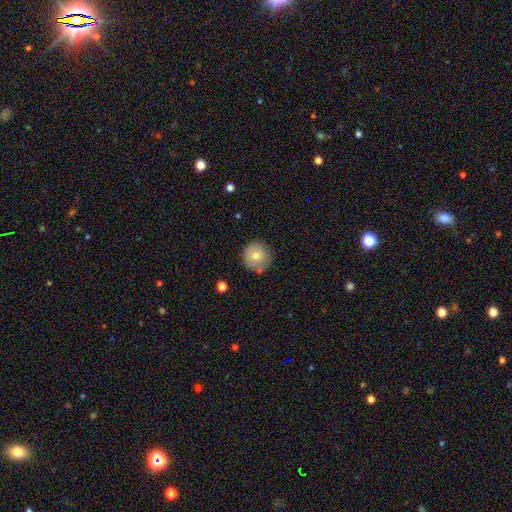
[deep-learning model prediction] The model was most divided on "smooth or featured": smooth: 77%, featured or disk: 14%, star or artifact: 9%. More confident: how rounded — round (94%); merging — none (80%).